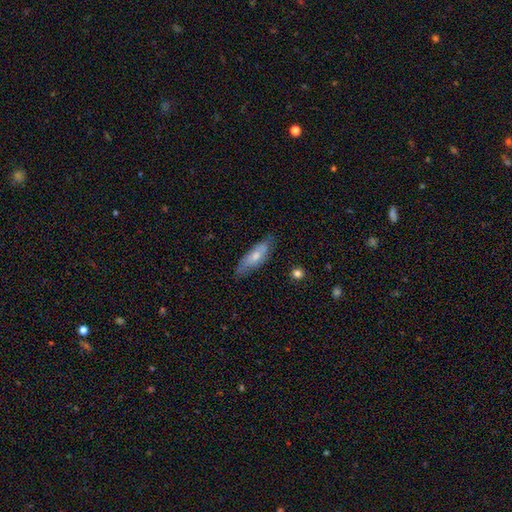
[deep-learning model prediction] smooth 57%, featured or disk 36%, star or artifact 6%. Down the decision tree: how rounded — in between (57%); merging — none (71%).